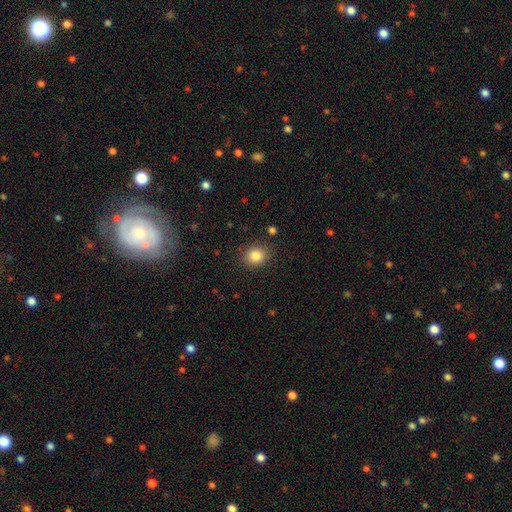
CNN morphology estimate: Smooth or featured?
  - smooth: 84% *
  - star or artifact: 10%
  - featured or disk: 6%
How rounded?
  - round: 68% *
  - in between: 31%
  - cigar-shaped: 1%
Merging?
  - none: 86% *
  - minor disturbance: 9%
  - major disturbance: 3%
  - merger: 1%